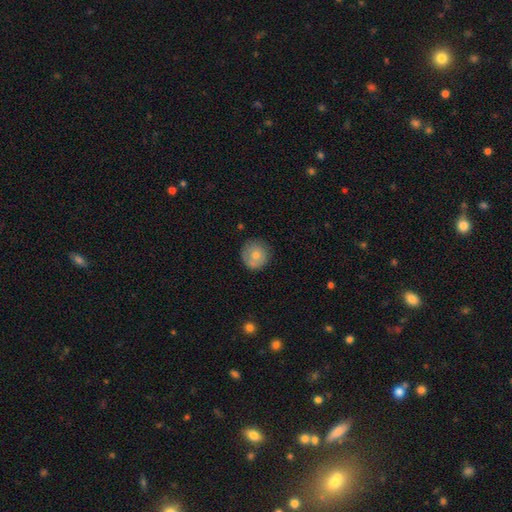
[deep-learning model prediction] Morphology: type=smooth (74%); roundness=round (94%); merging=none (79%).